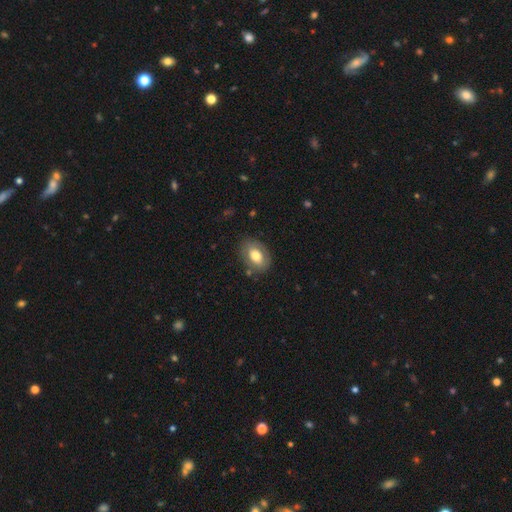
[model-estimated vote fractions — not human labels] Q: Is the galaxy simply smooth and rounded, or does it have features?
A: smooth — 61%.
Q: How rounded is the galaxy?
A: in between — 81%.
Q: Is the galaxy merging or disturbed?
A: none — 77%.